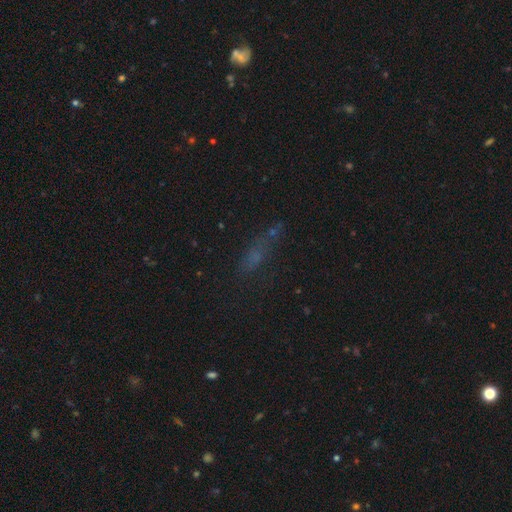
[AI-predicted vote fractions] A smooth galaxy with no disk features (48%).

Vote fractions:
- Smooth or featured? smooth: 48% / star or artifact: 32% / featured or disk: 19%
- Merging? none: 57% / minor disturbance: 20% / major disturbance: 14% / merger: 9%